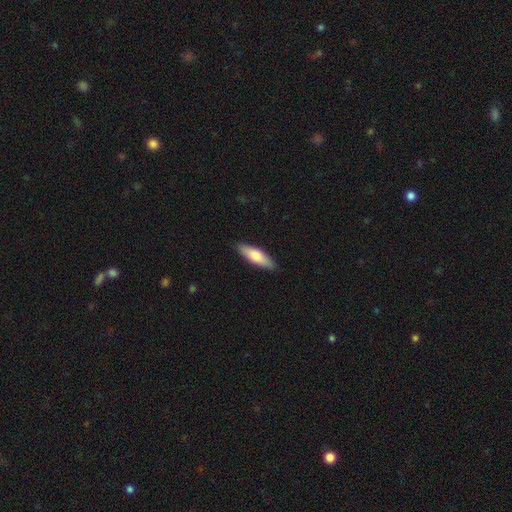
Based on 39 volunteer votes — Smooth or featured: smooth — 74% (featured or disk — 23%)
How rounded: in between — 48% (cigar-shaped — 45%)
Merging: none — 76% (minor disturbance — 21%)